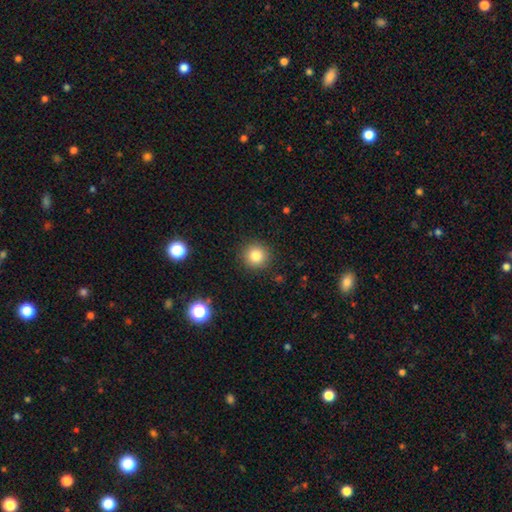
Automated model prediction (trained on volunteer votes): This appears to be a smooth galaxy with no disk features (82%) that is round (93%). Merging: none (90%).